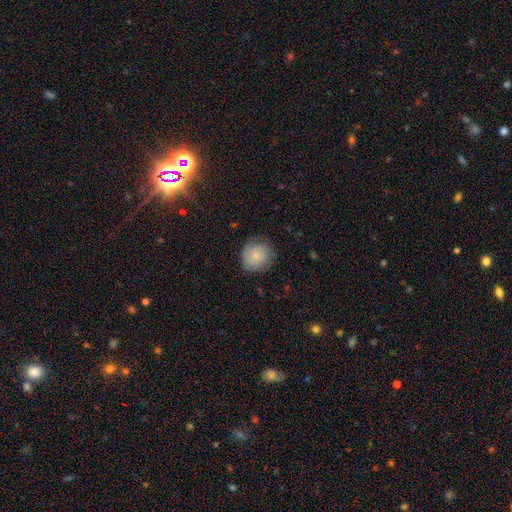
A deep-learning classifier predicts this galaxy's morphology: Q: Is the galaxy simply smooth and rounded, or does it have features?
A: smooth — 63%.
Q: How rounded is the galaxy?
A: round — 86%.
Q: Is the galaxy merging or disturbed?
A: none — 73%.